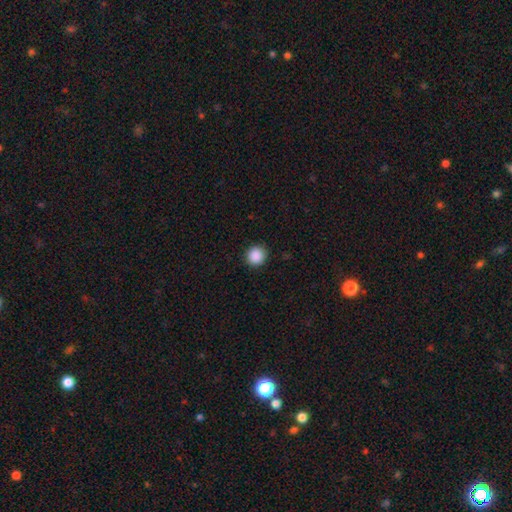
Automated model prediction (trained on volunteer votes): A smooth galaxy with no disk features (89%) that is round (91%).

Vote fractions:
- Smooth or featured? smooth: 89% / star or artifact: 9% / featured or disk: 2%
- How rounded? round: 91% / in between: 8% / cigar-shaped: 1%
- Merging? none: 91% / minor disturbance: 6% / major disturbance: 2% / merger: 1%